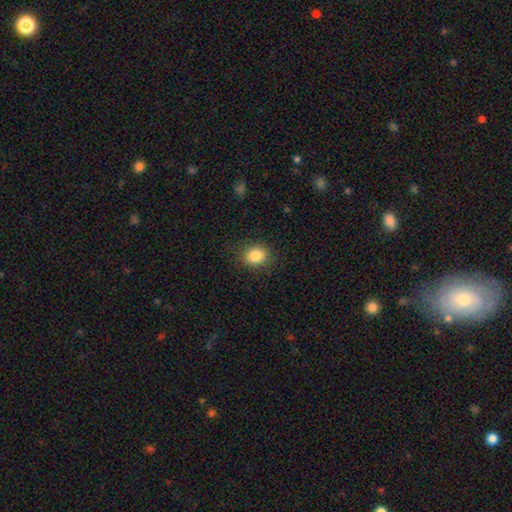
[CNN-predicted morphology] This is clearly a smooth galaxy (85%). How rounded: possibly round (60%). Merging: clearly none (86%).